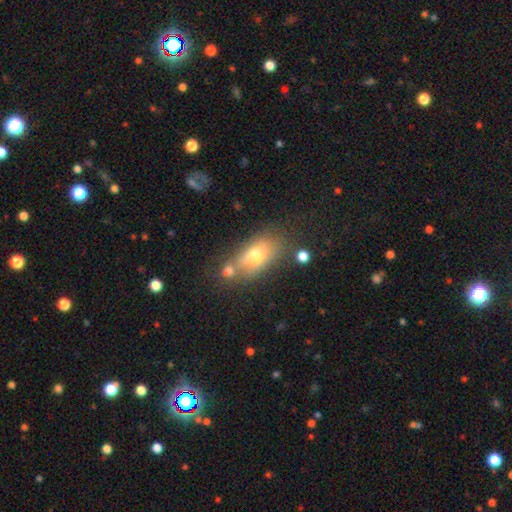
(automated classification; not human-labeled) smooth-or-featured: smooth: 67% | featured or disk: 23% | star or artifact: 10%
  how-rounded: in between: 83% | round: 8% | cigar-shaped: 8%
  merging: none: 55% | merger: 22% | minor disturbance: 17% | major disturbance: 7%